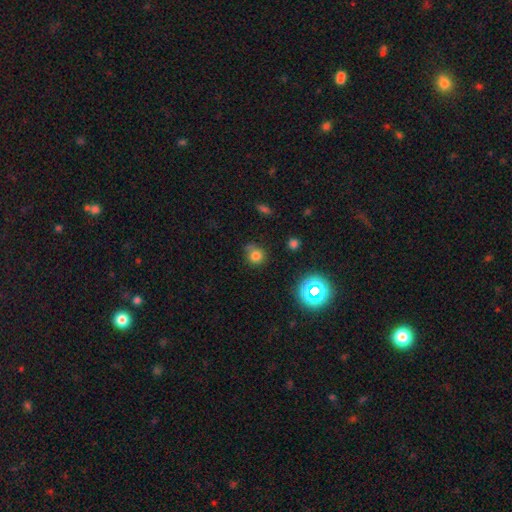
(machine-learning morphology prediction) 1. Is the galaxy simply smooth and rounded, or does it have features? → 74% smooth, 19% star or artifact, 7% featured or disk.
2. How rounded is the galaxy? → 82% round, 17% in between, 1% cigar-shaped.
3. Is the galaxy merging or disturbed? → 65% none, 24% minor disturbance, 7% major disturbance, 4% merger.